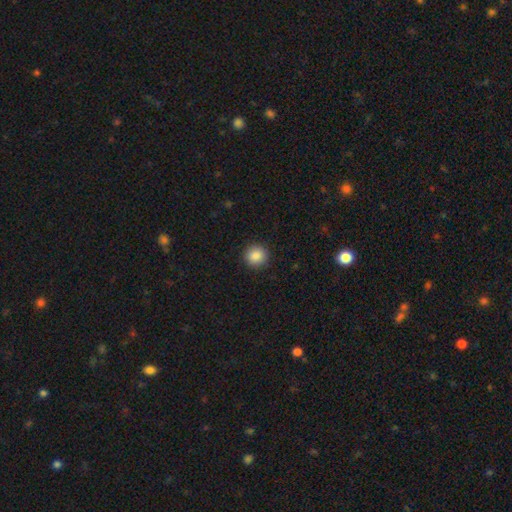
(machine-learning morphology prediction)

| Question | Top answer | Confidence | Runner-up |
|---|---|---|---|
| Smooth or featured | smooth | 88% | star or artifact (9%) |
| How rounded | round | 93% | in between (6%) |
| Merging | none | 92% | minor disturbance (5%) |